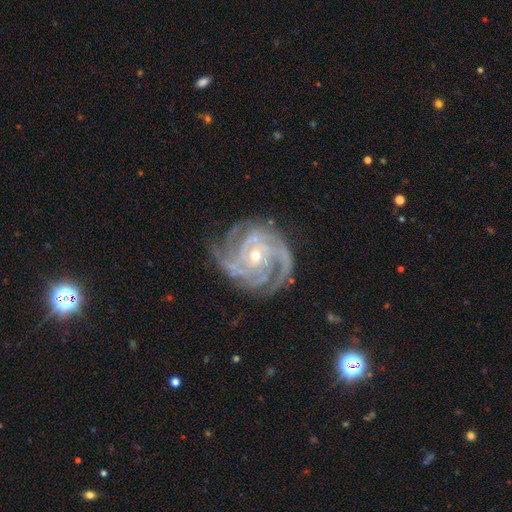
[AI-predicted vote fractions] Smooth or featured? featured or disk (92%)
Edge-on disk? no (98%)
Bar? no (68%)
Spiral arms? yes (99%)
Spiral winding? tight (71%)
Spiral arm count? 3 (28%)
Bulge size? small (53%)
Merging? none (77%)